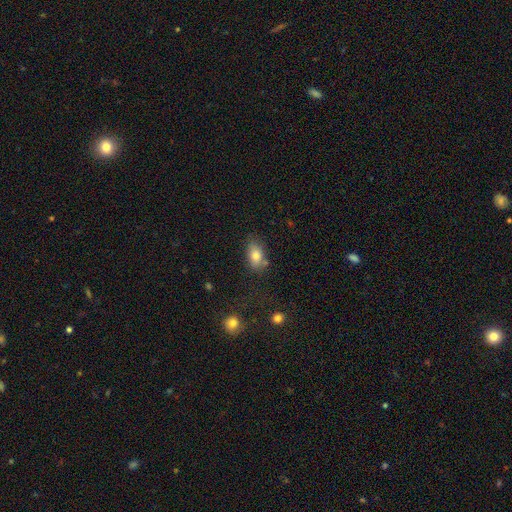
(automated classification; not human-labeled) Smooth or featured: smooth — 80% (featured or disk — 11%)
How rounded: in between — 85% (round — 13%)
Merging: none — 69% (minor disturbance — 18%)